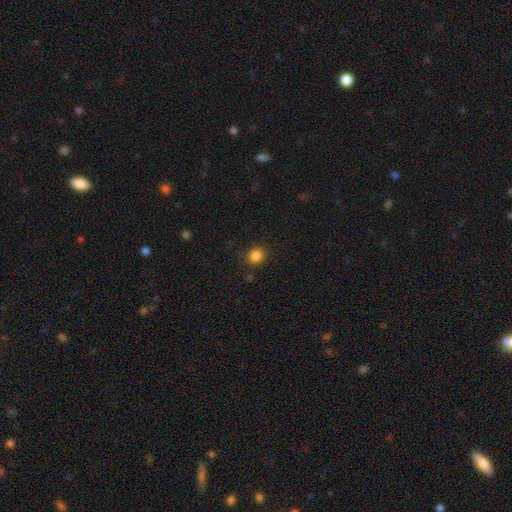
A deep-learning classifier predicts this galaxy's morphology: A smooth galaxy with no disk features (85%) that is round (87%). Merging: none (89%).